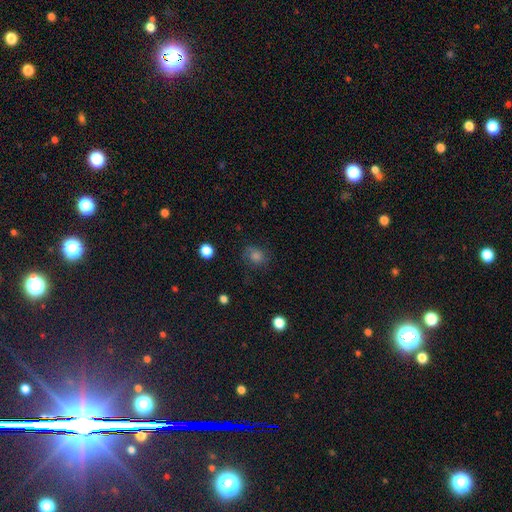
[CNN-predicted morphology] Overall: smooth (58%; star or artifact 25%). How rounded: round (66%; in between 33%). Merging: none (73%).